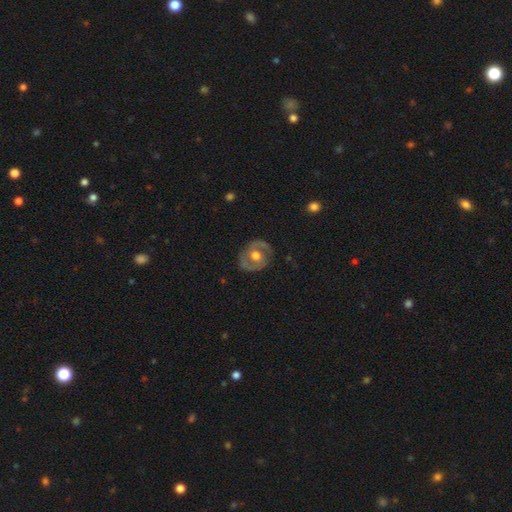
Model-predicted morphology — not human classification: smooth-or-featured: featured or disk: 70% | smooth: 25% | star or artifact: 5%
  disk-edge-on: no: 96% | yes: 4%
    bar: no: 67% | weak: 26% | strong: 7%
    has-spiral-arms: yes: 59% | no: 41%
    bulge-size: moderate: 67% | large: 25% | small: 5% | dominant: 1% | none: 1%
  merging: none: 81% | minor disturbance: 13% | major disturbance: 5% | merger: 1%